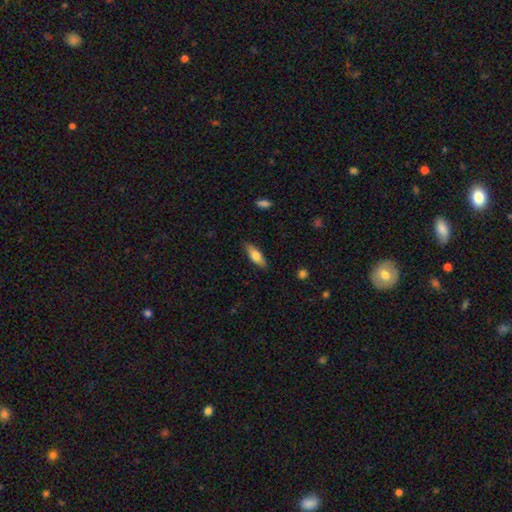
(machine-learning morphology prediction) Smooth or featured? smooth (67%)
How rounded? in between (57%)
Merging? none (86%)